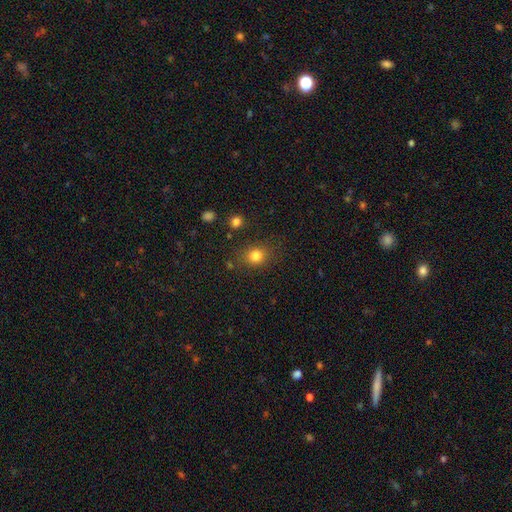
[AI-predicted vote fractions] Smooth or featured? Predicted: smooth (p=0.82). How rounded? Predicted: round (p=0.69). Merging? Predicted: none (p=0.80).